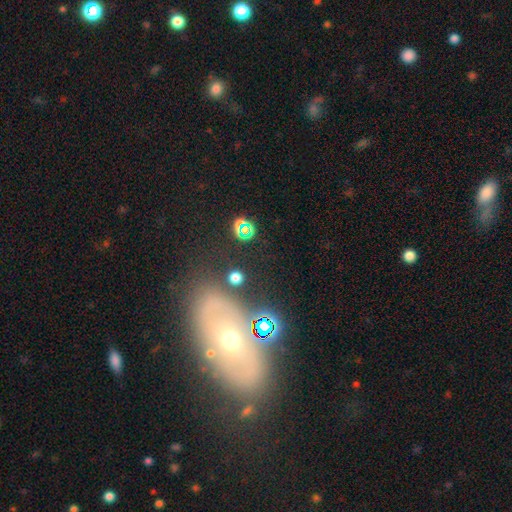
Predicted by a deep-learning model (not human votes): Overall: featured or disk (56%; smooth 30%). Edge-on disk: no (86%). Merging: none (74%).